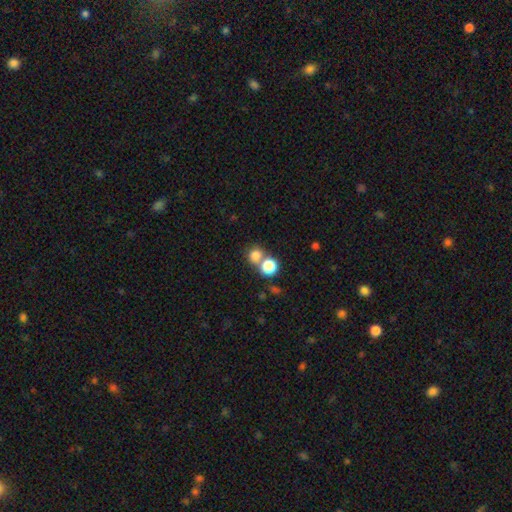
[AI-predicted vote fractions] This is likely a smooth galaxy (78%). How rounded: clearly round (82%). Merging: possibly none (52%).